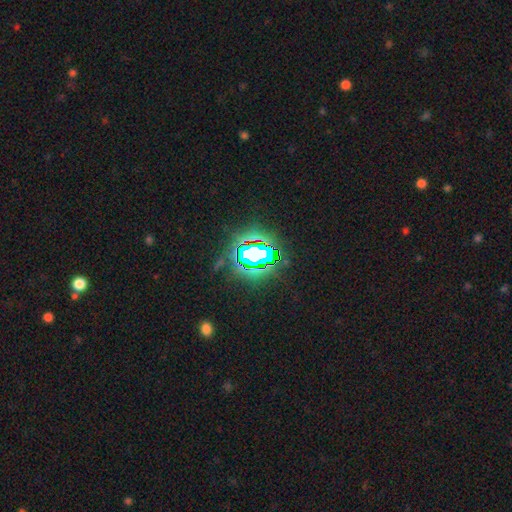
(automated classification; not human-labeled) Q: Smooth or featured?
A: star or artifact (73%); runner-up: smooth (14%)